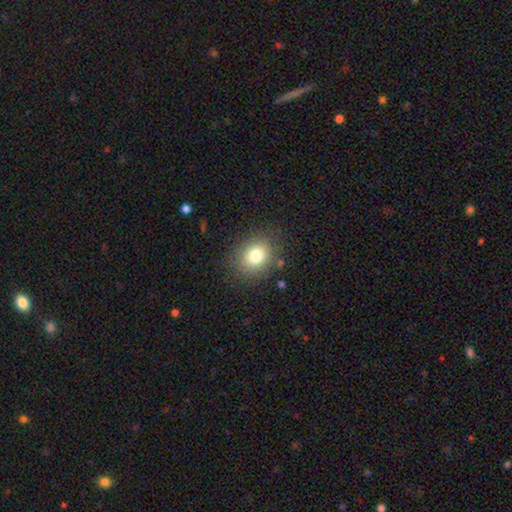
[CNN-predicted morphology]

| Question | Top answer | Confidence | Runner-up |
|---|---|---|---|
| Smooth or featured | smooth | 78% | star or artifact (12%) |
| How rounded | round | 62% | in between (37%) |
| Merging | none | 84% | minor disturbance (10%) |